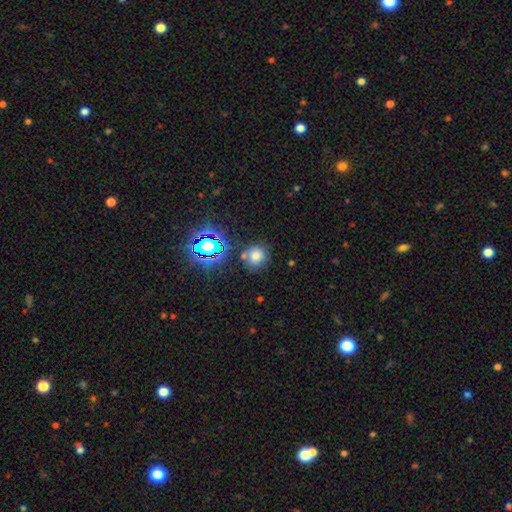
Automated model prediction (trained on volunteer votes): smooth 70%, star or artifact 20%, featured or disk 10%. Down the decision tree: how rounded — round (84%); merging — none (70%).